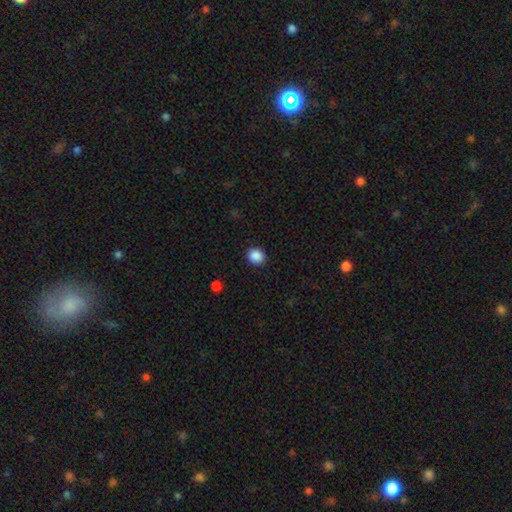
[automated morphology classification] The model was most divided on "how rounded": round: 73%, in between: 26%, cigar-shaped: 1%. More confident: merging — none (90%); smooth or featured — smooth (88%).